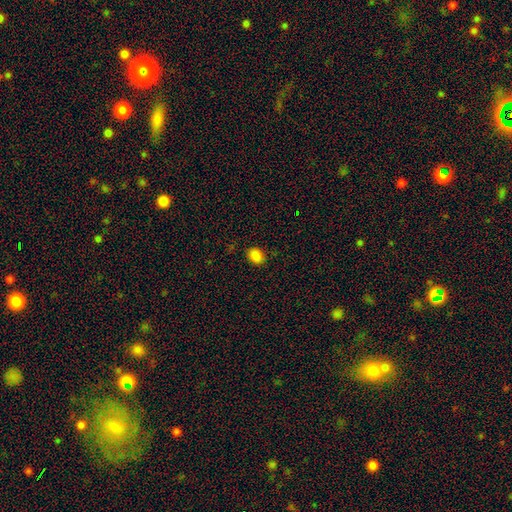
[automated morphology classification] A smooth galaxy with no disk features (86%) that is in between round and cigar-shaped (56%). Merging: none (87%).